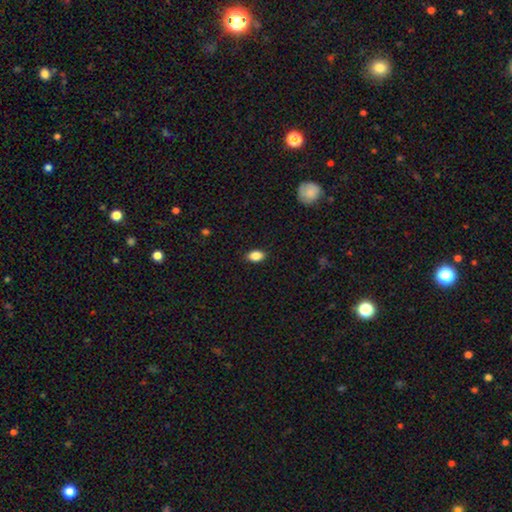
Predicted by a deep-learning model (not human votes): A smooth galaxy with no disk features (87%) that is in between round and cigar-shaped (87%). Merging: none (88%).